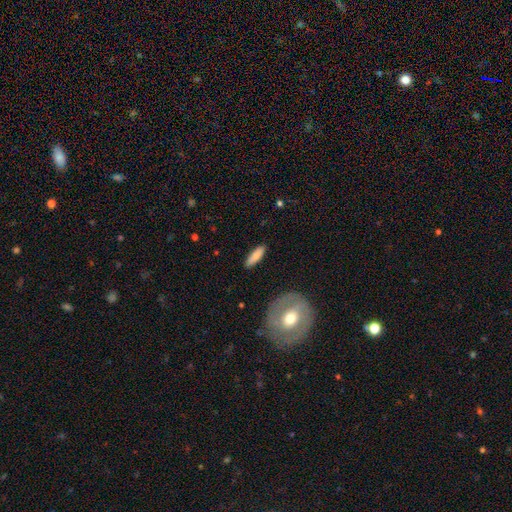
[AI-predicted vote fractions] Smooth or featured?
  - smooth: 79% *
  - featured or disk: 15%
  - star or artifact: 6%
How rounded?
  - cigar-shaped: 62% *
  - in between: 36%
  - round: 2%
Merging?
  - none: 86% *
  - minor disturbance: 10%
  - major disturbance: 2%
  - merger: 2%